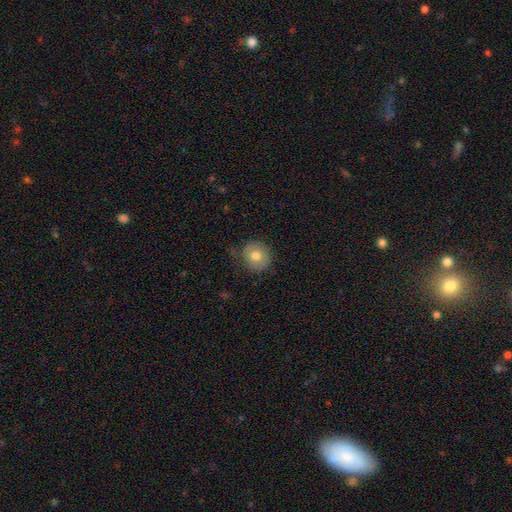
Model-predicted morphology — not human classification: Smooth or featured? smooth (74%)
How rounded? round (87%)
Merging? none (75%)